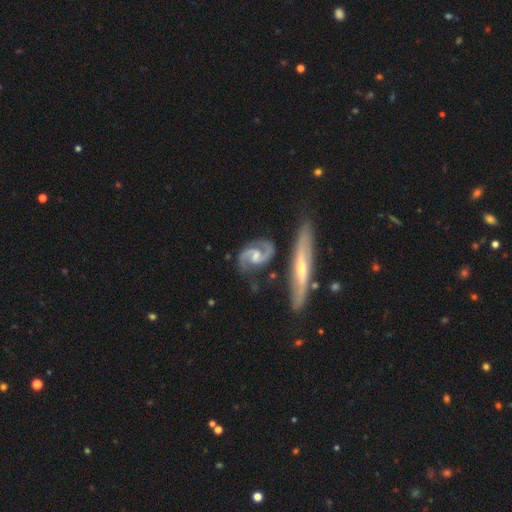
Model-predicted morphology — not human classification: smooth_or_featured: featured or disk (p=0.91) [alt: smooth p=0.05]
disk_edge_on: no (p=0.96) [alt: yes p=0.04]
bar: weak (p=0.48) [alt: no p=0.40]
has_spiral_arms: yes (p=0.98) [alt: no p=0.02]
spiral_winding: medium (p=0.58) [alt: loose p=0.26]
spiral_arm_count: 2 (p=0.93) [alt: can't tell p=0.02]
bulge_size: moderate (p=0.47) [alt: small p=0.33]
merging: none (p=0.69) [alt: minor disturbance p=0.17]